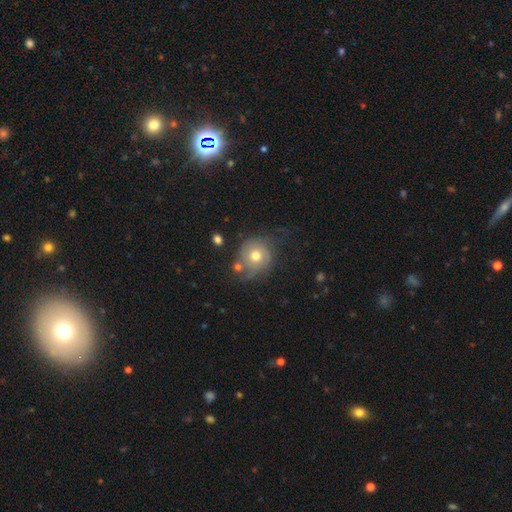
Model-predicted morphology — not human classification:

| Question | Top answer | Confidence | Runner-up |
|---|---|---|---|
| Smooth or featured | smooth | 54% | featured or disk (36%) |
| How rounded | round | 84% | in between (15%) |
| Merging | none | 51% | minor disturbance (24%) |